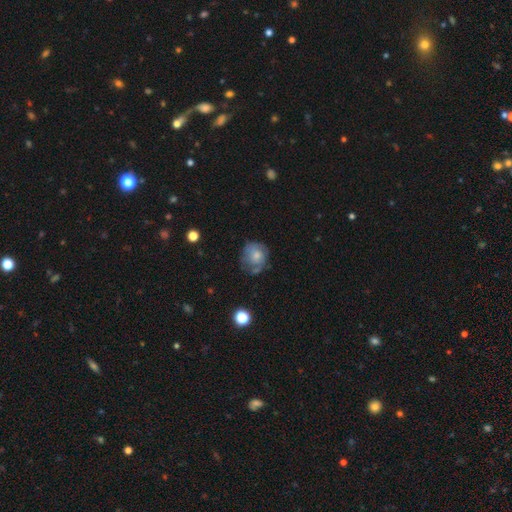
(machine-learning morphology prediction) Smooth or featured?
  - smooth: 57% *
  - featured or disk: 34%
  - star or artifact: 9%
How rounded?
  - round: 76% *
  - in between: 23%
  - cigar-shaped: 1%
Merging?
  - none: 50% *
  - minor disturbance: 29%
  - major disturbance: 16%
  - merger: 5%